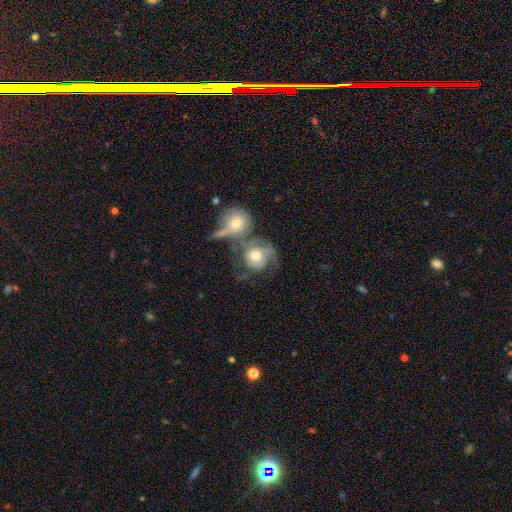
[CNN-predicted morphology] Smooth or featured? featured or disk (57%)
Edge-on disk? no (97%)
Bar? no (77%)
Spiral arms? yes (77%)
Bulge size? moderate (67%)
Merging? merger (46%)